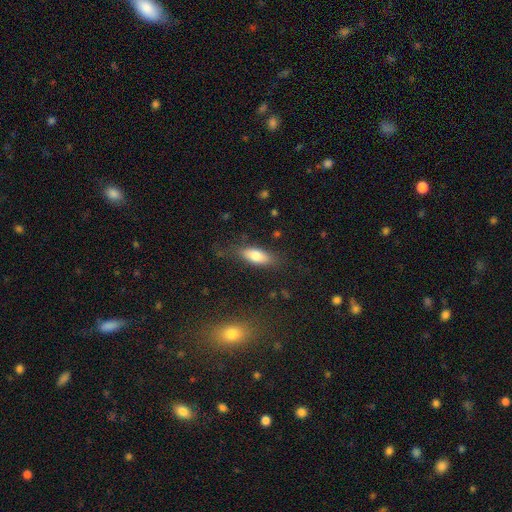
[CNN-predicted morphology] This appears to be a smooth galaxy with no disk features (75%) that is in between round and cigar-shaped (73%). Merging: none (77%).